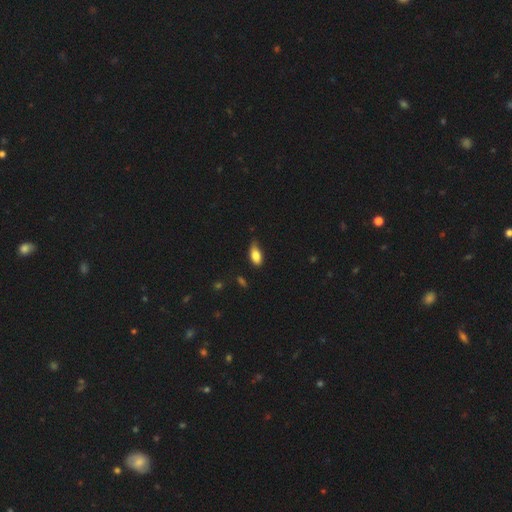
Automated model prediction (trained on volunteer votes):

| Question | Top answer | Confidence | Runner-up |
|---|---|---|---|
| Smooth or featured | smooth | 84% | featured or disk (9%) |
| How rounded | in between | 90% | cigar-shaped (7%) |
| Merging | none | 57% | minor disturbance (35%) |